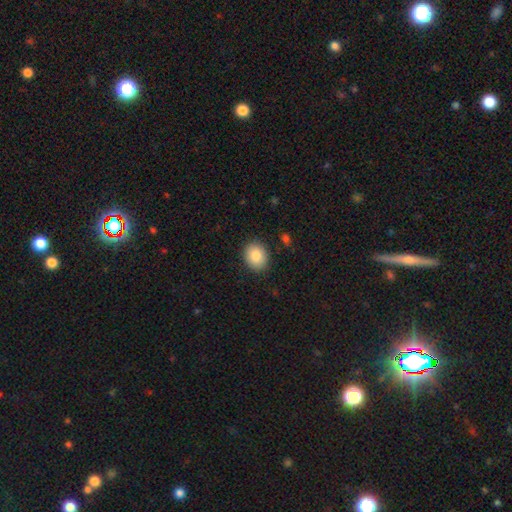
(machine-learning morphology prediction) A smooth galaxy with no disk features (86%) that is round (59%).

Vote fractions:
- Smooth or featured? smooth: 86% / star or artifact: 8% / featured or disk: 6%
- How rounded? round: 59% / in between: 41% / cigar-shaped: 1%
- Merging? none: 88% / minor disturbance: 8% / major disturbance: 2% / merger: 1%